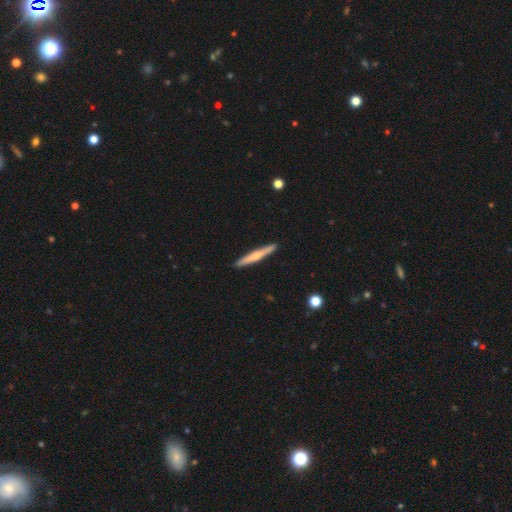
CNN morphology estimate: A featured or disk galaxy (48%). Merging: none (92%).